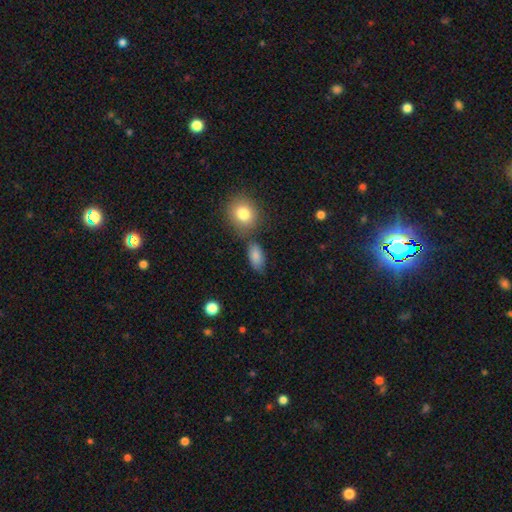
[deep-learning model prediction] smooth-or-featured: smooth: 83% | star or artifact: 9% | featured or disk: 8%
  how-rounded: in between: 88% | round: 8% | cigar-shaped: 4%
  merging: none: 66% | minor disturbance: 17% | merger: 11% | major disturbance: 5%